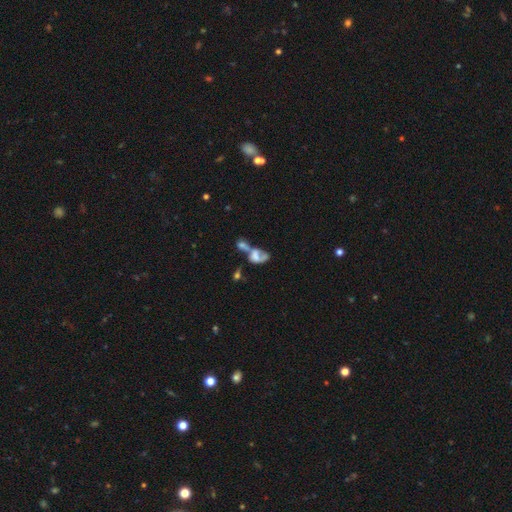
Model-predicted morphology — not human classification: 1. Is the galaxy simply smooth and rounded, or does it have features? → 45% featured or disk, 43% smooth, 13% star or artifact.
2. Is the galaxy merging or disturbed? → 68% merger, 14% major disturbance, 11% none, 7% minor disturbance.